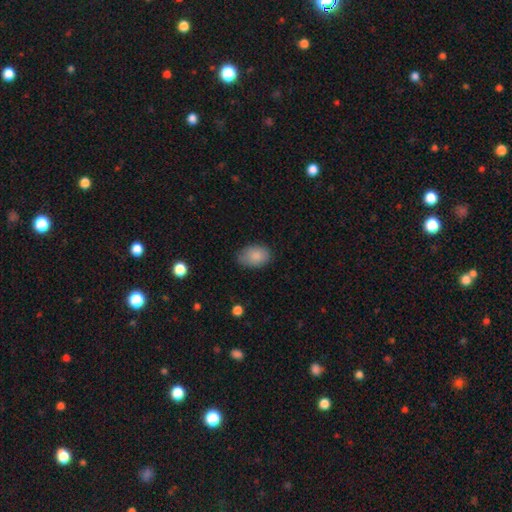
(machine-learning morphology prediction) This appears to be a smooth galaxy with no disk features (86%) that is in between round and cigar-shaped (85%). Merging: none (71%).